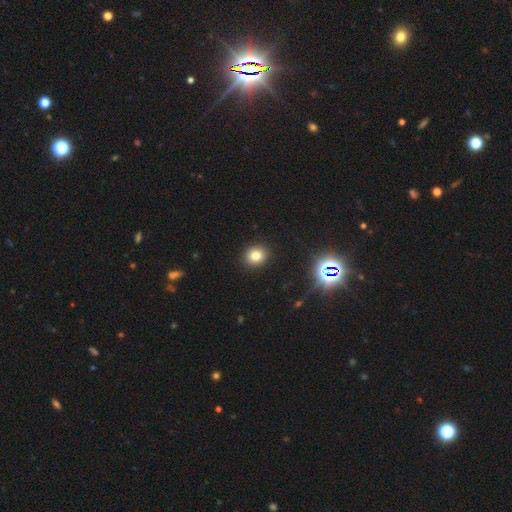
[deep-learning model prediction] This appears to be a smooth galaxy with no disk features (79%) that is round (79%). Merging: none (92%).